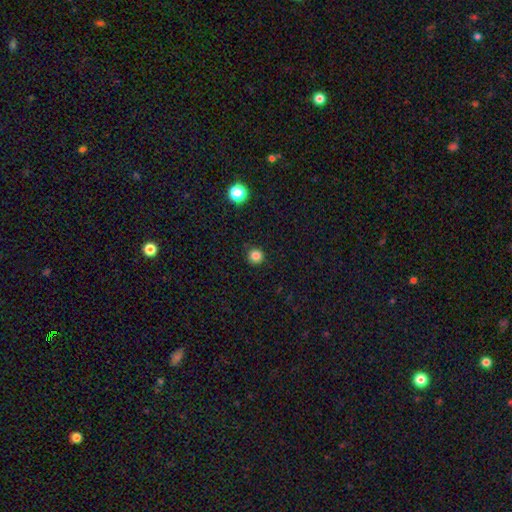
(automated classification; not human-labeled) Overall: smooth (83%). How rounded: round (95%). Merging: none (91%).